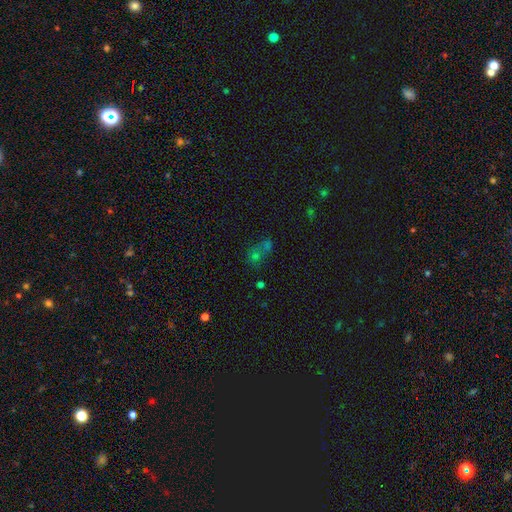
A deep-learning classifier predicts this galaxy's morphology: Q: Smooth or featured?
A: smooth (51%); runner-up: star or artifact (32%)
Q: How rounded?
A: round (55%); runner-up: in between (43%)
Q: Merging?
A: merger (49%); runner-up: none (33%)